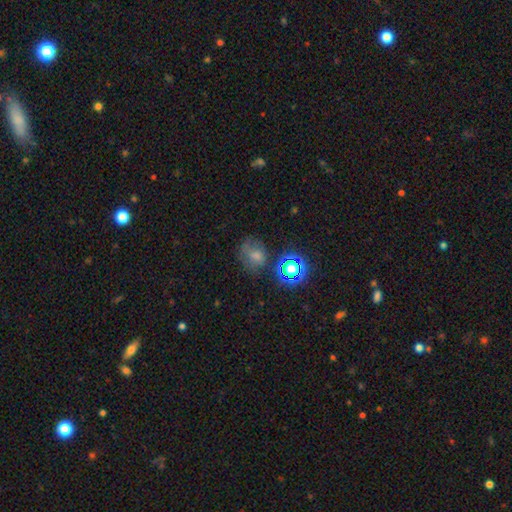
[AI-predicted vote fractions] Smooth or featured?
  - smooth: 60% *
  - star or artifact: 24%
  - featured or disk: 16%
How rounded?
  - round: 57% *
  - in between: 42%
  - cigar-shaped: 1%
Merging?
  - none: 50% *
  - minor disturbance: 26%
  - major disturbance: 18%
  - merger: 7%